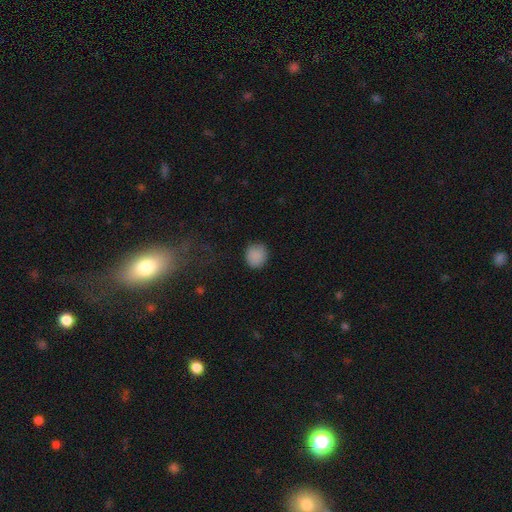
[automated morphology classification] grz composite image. It shows a smooth galaxy with no disk features (88%) that is round (86%). Merging: none (87%).